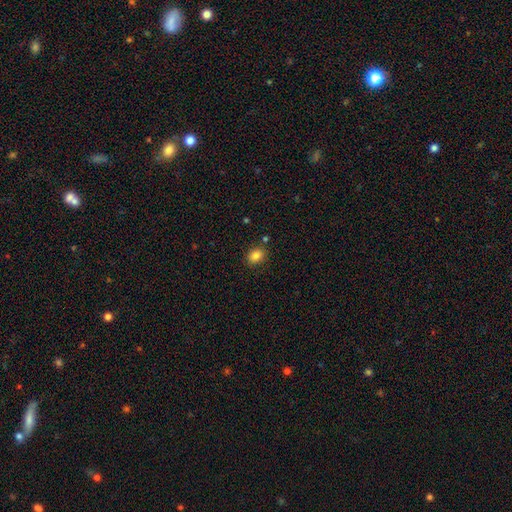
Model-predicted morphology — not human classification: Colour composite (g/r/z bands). It shows a smooth galaxy with no disk features (84%) that is in between round and cigar-shaped (63%). Merging: none (84%).